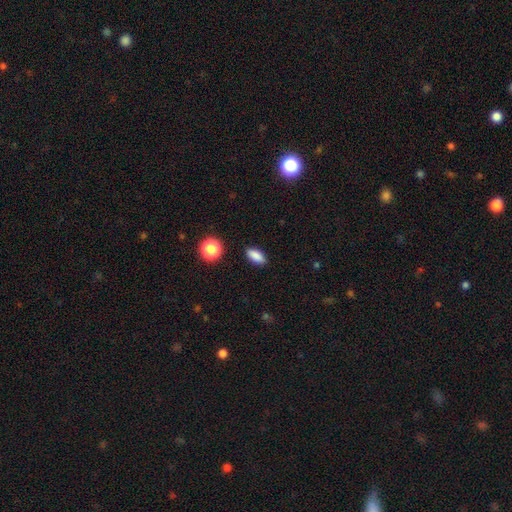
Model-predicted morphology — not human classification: smooth_or_featured: smooth (p=0.86) [alt: star or artifact p=0.09]
how_rounded: in between (p=0.84) [alt: cigar-shaped p=0.10]
merging: none (p=0.88) [alt: minor disturbance p=0.08]